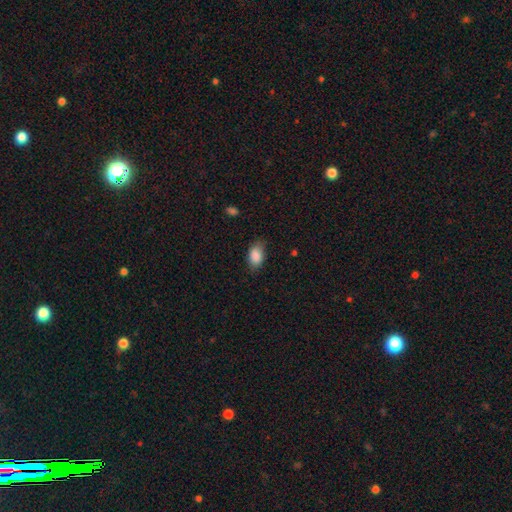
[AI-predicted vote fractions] A smooth galaxy with no disk features (88%) that is in between round and cigar-shaped (88%). Merging: none (72%).